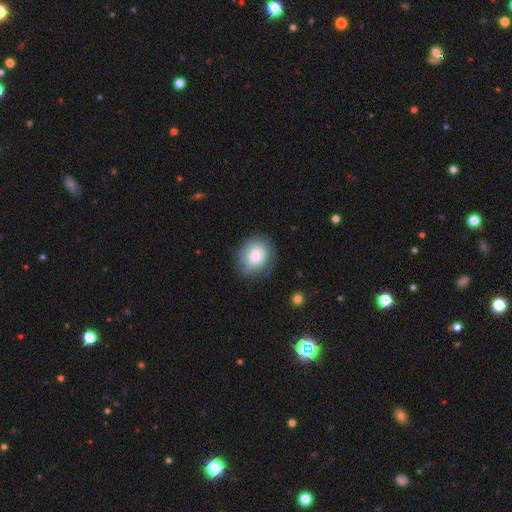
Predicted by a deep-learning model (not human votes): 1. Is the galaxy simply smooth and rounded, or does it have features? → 79% smooth, 13% featured or disk, 7% star or artifact.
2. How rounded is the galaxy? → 64% round, 35% in between, 1% cigar-shaped.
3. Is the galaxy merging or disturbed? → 78% none, 16% minor disturbance, 5% major disturbance, 1% merger.